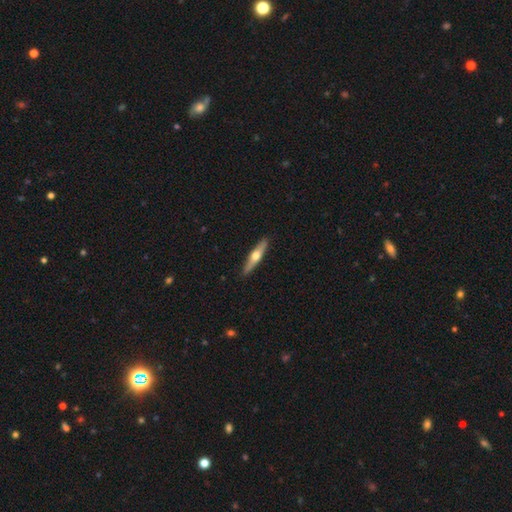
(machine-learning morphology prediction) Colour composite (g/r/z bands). It shows a featured or disk galaxy (55%) viewed edge-on (94%) with a rounded central bulge (94%). Merging: none (90%).